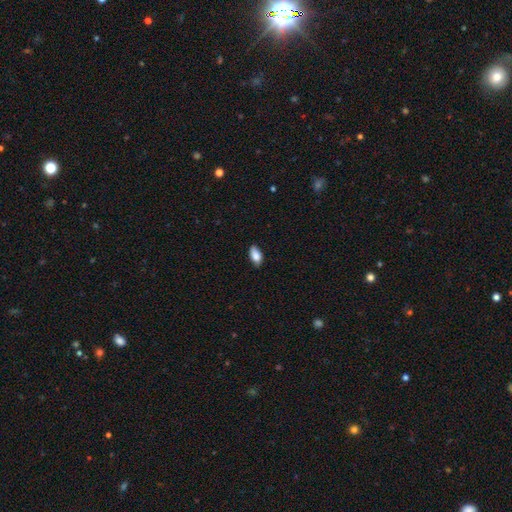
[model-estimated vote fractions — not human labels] This appears to be a smooth galaxy with no disk features (85%) that is in between round and cigar-shaped (91%). Merging: none (80%).